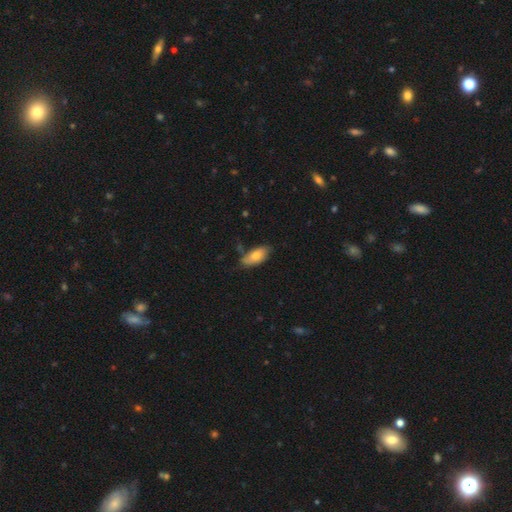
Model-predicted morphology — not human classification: Overall: smooth (76%). How rounded: in between (87%). Merging: none (65%; minor disturbance 25%).